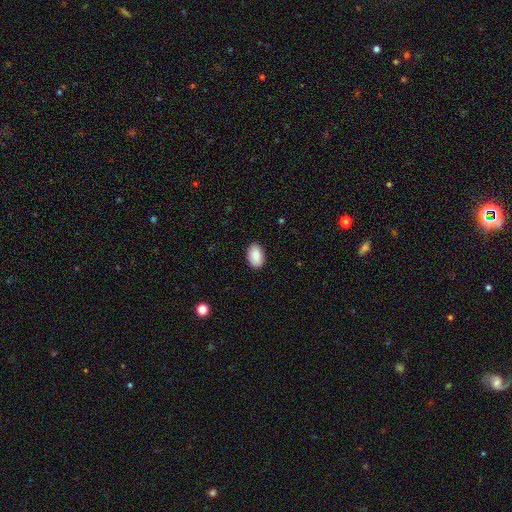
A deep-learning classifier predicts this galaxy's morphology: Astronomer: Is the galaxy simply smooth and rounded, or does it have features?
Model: smooth — 90%.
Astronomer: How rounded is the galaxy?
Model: in between — 93%.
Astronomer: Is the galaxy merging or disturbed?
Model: none — 89%.